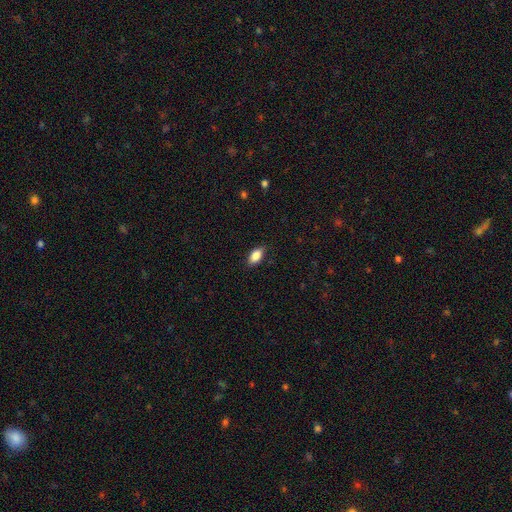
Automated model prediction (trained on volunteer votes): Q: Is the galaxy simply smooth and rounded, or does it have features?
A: smooth — 85%.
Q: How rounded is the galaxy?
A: in between — 89%.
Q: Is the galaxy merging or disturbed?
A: none — 85%.